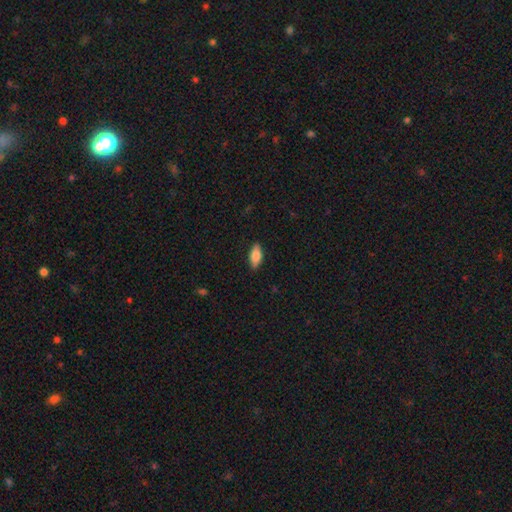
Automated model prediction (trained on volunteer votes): This appears to be a smooth galaxy with no disk features (82%) that is in between round and cigar-shaped (86%). Merging: none (88%).